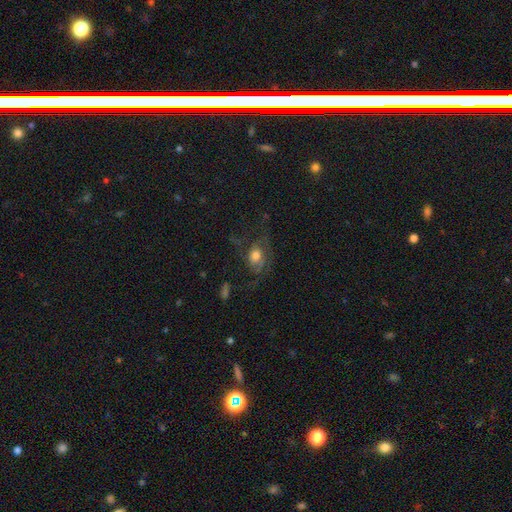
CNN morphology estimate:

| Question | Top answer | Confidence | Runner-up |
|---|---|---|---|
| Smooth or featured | featured or disk | 52% | smooth (37%) |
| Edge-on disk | no | 94% | yes (6%) |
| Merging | none | 44% | major disturbance (34%) |